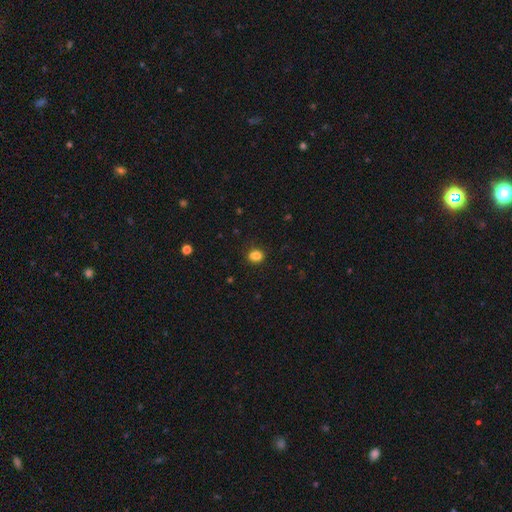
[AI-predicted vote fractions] smooth-or-featured: smooth: 80% | star or artifact: 12% | featured or disk: 7%
  how-rounded: round: 50% | in between: 48% | cigar-shaped: 1%
  merging: none: 66% | minor disturbance: 16% | merger: 14% | major disturbance: 4%